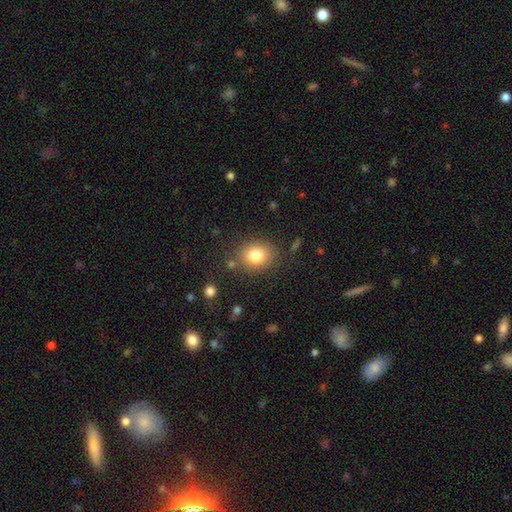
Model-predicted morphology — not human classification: smooth_or_featured: smooth (p=0.80) [alt: star or artifact p=0.11]
how_rounded: round (p=0.58) [alt: in between p=0.41]
merging: none (p=0.81) [alt: minor disturbance p=0.11]